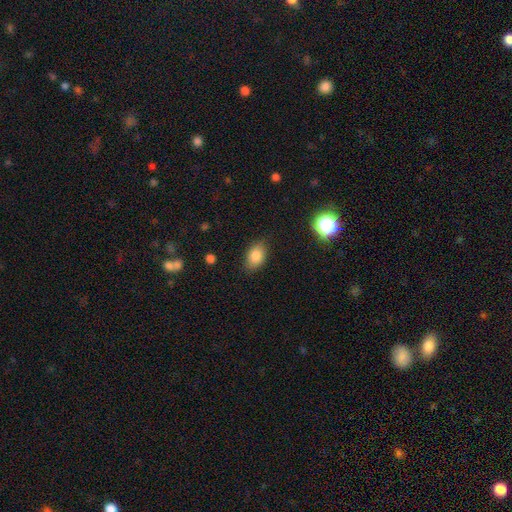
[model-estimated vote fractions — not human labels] The model was most divided on "merging": none: 82%, minor disturbance: 14%, major disturbance: 3%, merger: 1%. More confident: how rounded — in between (84%); smooth or featured — smooth (84%).